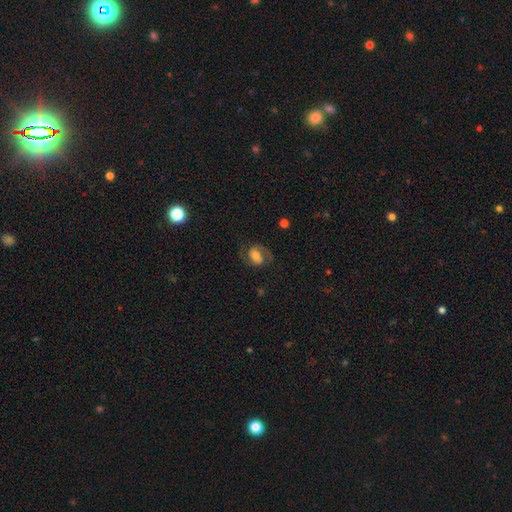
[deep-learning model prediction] The model was most divided on "bar": no: 43%, weak: 39%, strong: 18%. More confident: edge-on disk — no (97%); spiral arms — yes (90%); spiral arm count — 2 (88%); merging — none (71%); smooth or featured — featured or disk (64%); bulge size — moderate (53%); spiral winding — medium (52%).